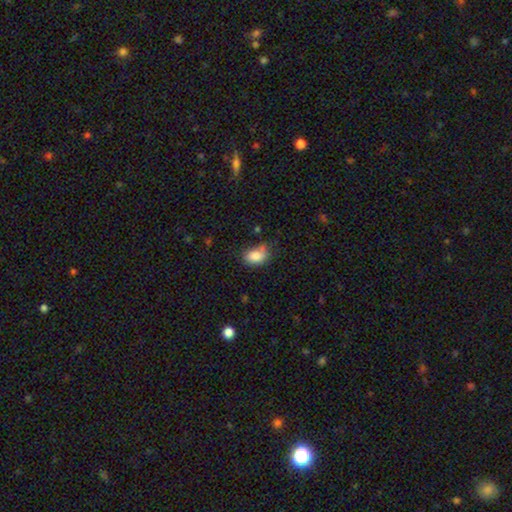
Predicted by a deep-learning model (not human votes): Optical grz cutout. It shows a smooth galaxy with no disk features (84%) that is in between round and cigar-shaped (81%). Merging: none (54%).